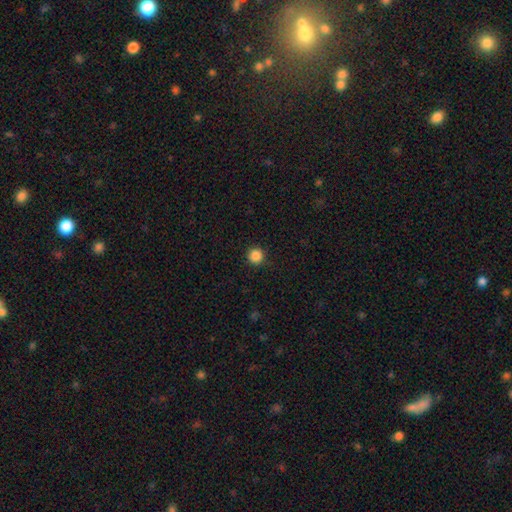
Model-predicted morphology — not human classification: The model was most divided on "smooth or featured": smooth: 86%, star or artifact: 11%, featured or disk: 3%. More confident: how rounded — round (96%); merging — none (92%).